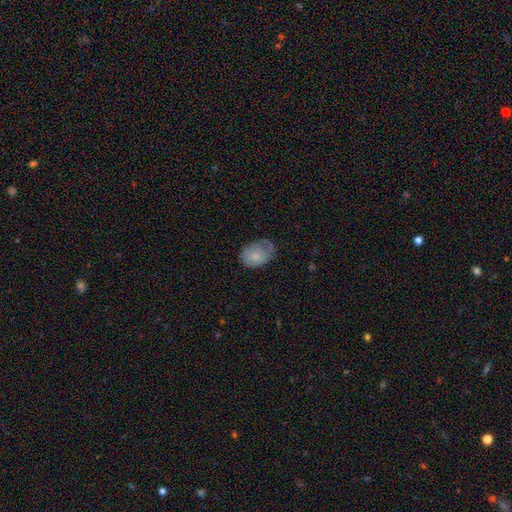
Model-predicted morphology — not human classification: Overall: smooth (75%). How rounded: in between (80%). Merging: none (45%; minor disturbance 38%).